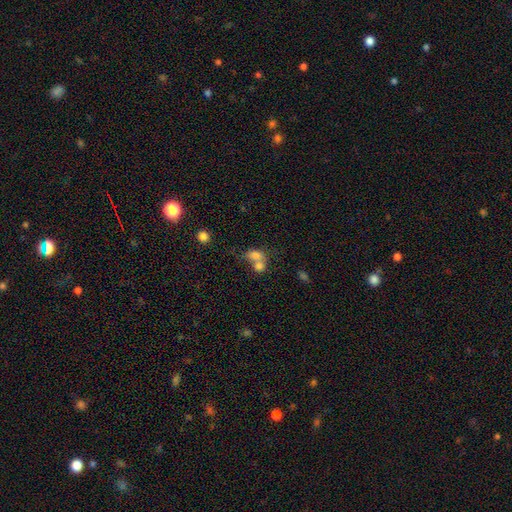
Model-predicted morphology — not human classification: Overall: smooth (75%). How rounded: in between (65%; round 33%). Merging: merger (67%).